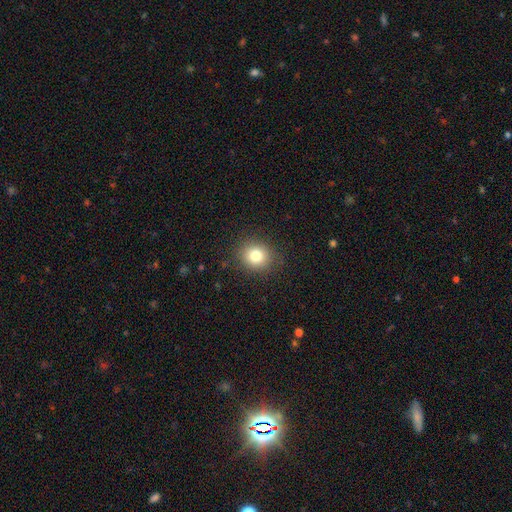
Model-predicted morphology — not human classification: Overall: smooth (80%). How rounded: round (78%). Merging: none (88%).